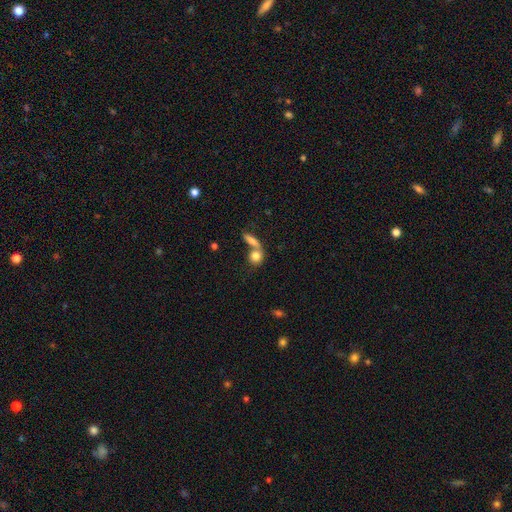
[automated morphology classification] smooth 80%, featured or disk 11%, star or artifact 9%. Down the decision tree: how rounded — round (62%); merging — merger (45%).